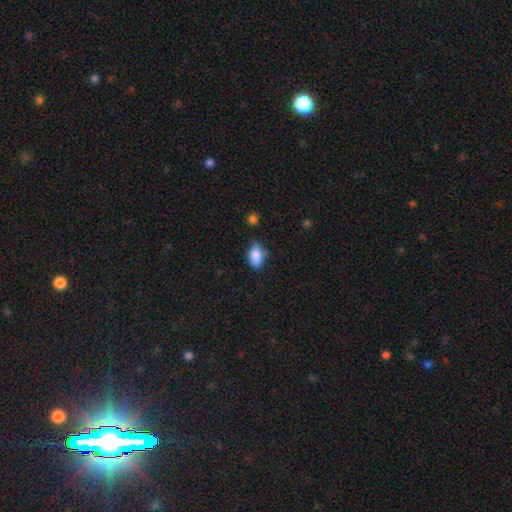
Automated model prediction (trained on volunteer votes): This is clearly a smooth galaxy (85%). How rounded: clearly in between (90%). Merging: likely none (65%).